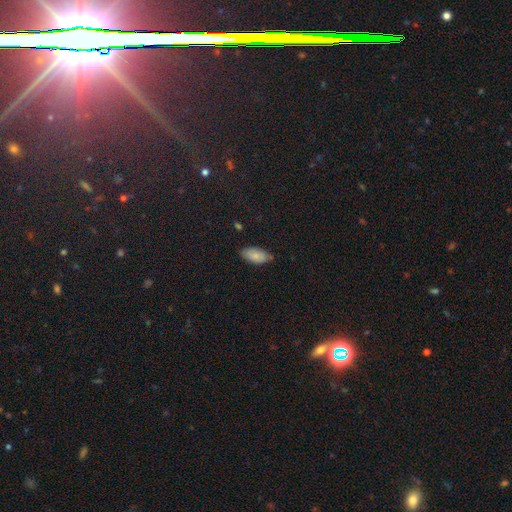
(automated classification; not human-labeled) Q: Smooth or featured?
A: smooth (82%); runner-up: featured or disk (10%)
Q: How rounded?
A: in between (93%); runner-up: cigar-shaped (5%)
Q: Merging?
A: none (73%); runner-up: minor disturbance (22%)